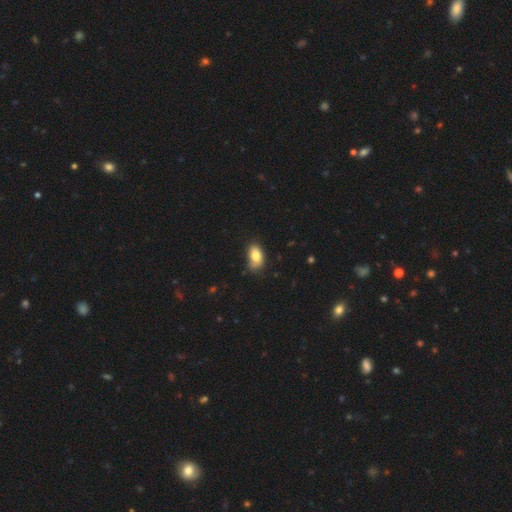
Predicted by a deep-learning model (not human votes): smooth-or-featured: smooth: 82% | featured or disk: 9% | star or artifact: 8%
  how-rounded: in between: 90% | round: 8% | cigar-shaped: 2%
  merging: none: 60% | minor disturbance: 31% | major disturbance: 7% | merger: 3%